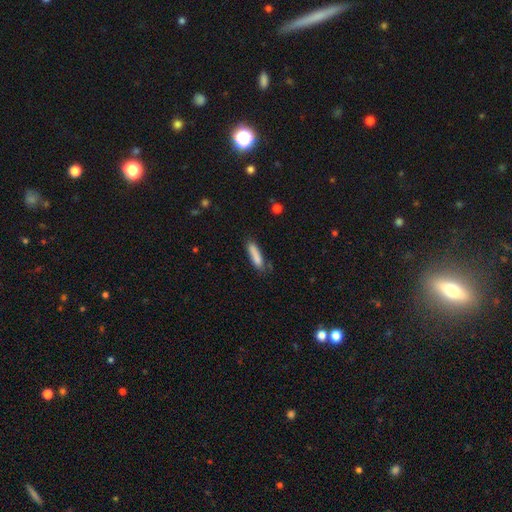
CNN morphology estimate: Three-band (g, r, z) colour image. It shows a smooth galaxy with no disk features (84%) that is cigar-shaped (76%). Merging: none (70%).